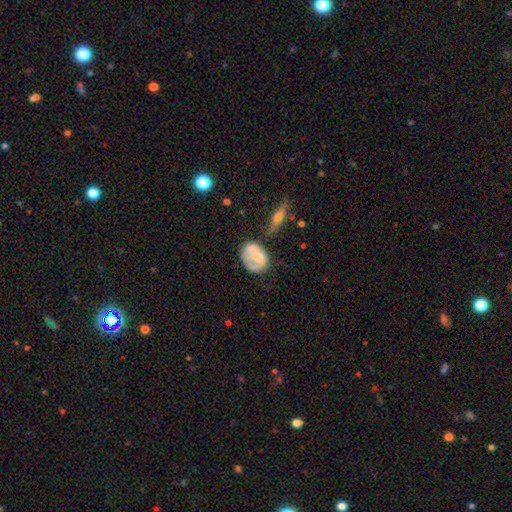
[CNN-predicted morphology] Smooth or featured? smooth (53%)
How rounded? in between (58%)
Merging? none (45%)